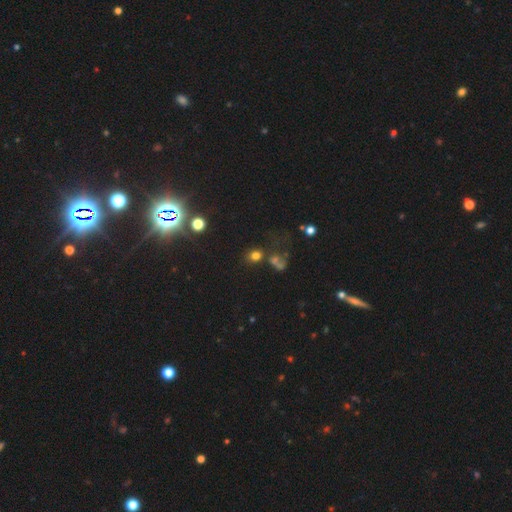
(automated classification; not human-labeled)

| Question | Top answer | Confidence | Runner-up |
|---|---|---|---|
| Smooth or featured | smooth | 69% | star or artifact (21%) |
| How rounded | round | 64% | in between (35%) |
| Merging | none | 59% | merger (20%) |